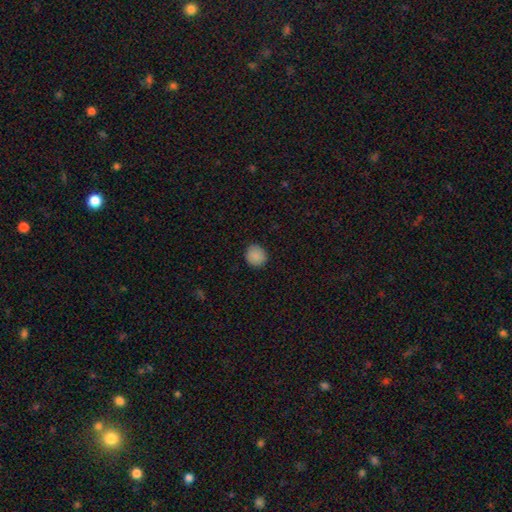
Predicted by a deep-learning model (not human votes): This appears to be a smooth galaxy with no disk features (88%) that is round (85%). Merging: none (90%).